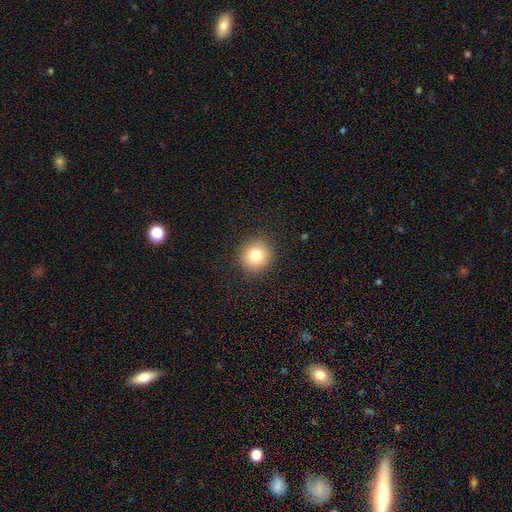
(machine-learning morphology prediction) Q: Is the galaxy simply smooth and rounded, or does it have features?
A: smooth — 80%.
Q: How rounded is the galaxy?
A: round — 90%.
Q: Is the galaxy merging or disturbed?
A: none — 91%.